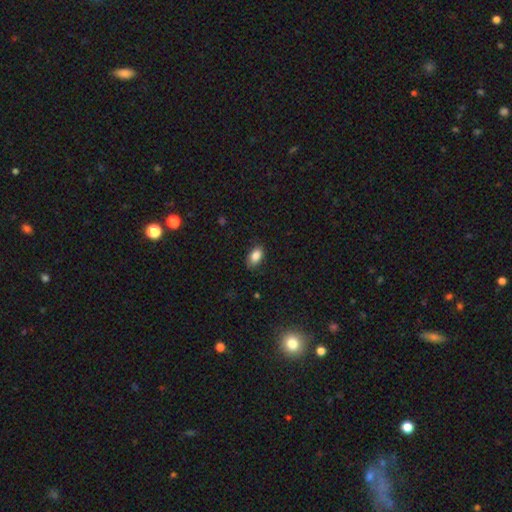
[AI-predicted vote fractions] A smooth galaxy with no disk features (86%) that is in between round and cigar-shaped (91%). Merging: none (83%).